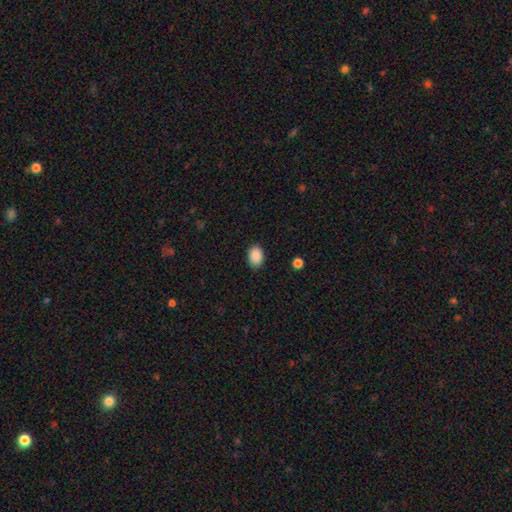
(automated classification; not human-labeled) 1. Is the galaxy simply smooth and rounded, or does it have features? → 90% smooth, 8% star or artifact, 3% featured or disk.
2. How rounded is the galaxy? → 79% in between, 20% round, 1% cigar-shaped.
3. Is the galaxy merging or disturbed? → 88% none, 9% minor disturbance, 2% major disturbance, 1% merger.